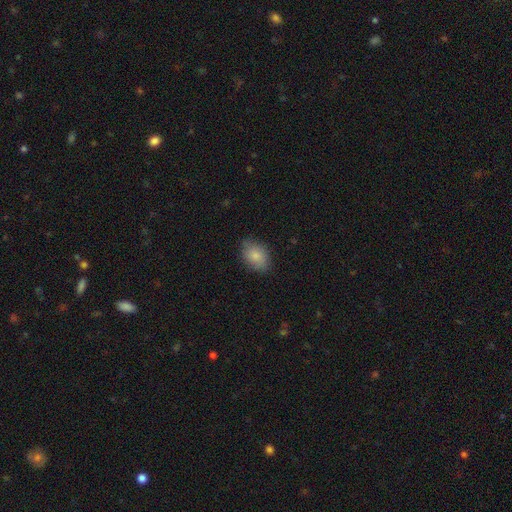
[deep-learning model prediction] Overall: smooth (85%). How rounded: in between (76%). Merging: none (80%).